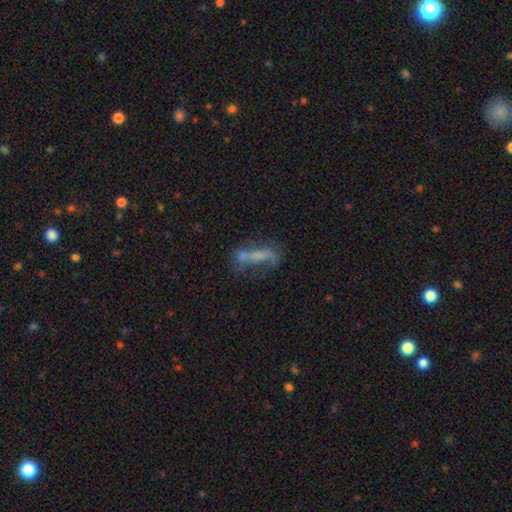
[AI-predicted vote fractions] Smooth or featured? featured or disk (47%)
Merging? none (38%)